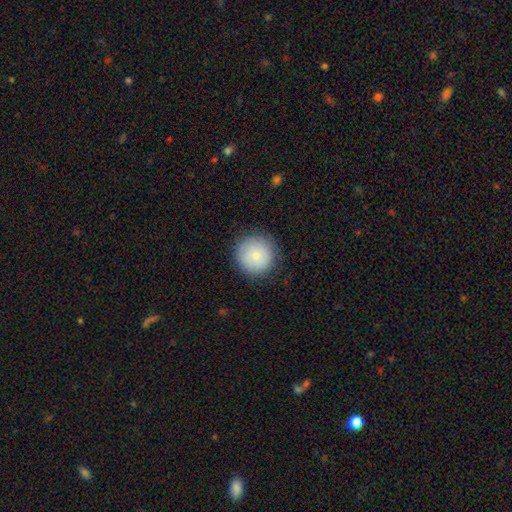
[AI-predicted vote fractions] A smooth galaxy with no disk features (83%) that is round (95%). Merging: none (87%).